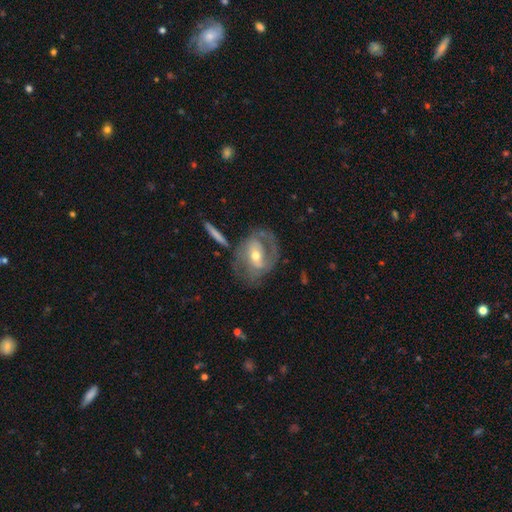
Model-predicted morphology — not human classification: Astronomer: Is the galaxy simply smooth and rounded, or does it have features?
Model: featured or disk — 75%.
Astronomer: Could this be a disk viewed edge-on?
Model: no — 94%.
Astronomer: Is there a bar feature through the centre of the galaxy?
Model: weak — 40% (runner-up: no, 30%).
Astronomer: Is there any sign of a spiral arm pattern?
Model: yes — 79%.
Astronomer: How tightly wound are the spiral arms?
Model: medium — 44% (runner-up: tight, 36%).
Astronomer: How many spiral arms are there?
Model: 2 — 59%.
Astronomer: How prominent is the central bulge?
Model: moderate — 63%.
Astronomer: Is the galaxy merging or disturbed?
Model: none — 57%.